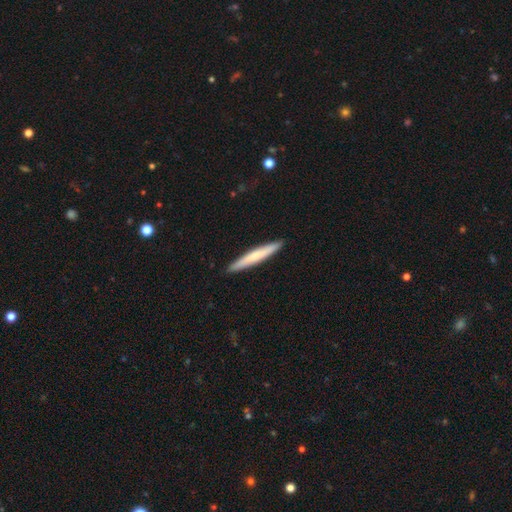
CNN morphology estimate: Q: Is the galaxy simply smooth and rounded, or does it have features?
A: smooth — 61%.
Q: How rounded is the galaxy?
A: cigar-shaped — 95%.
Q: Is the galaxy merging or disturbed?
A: none — 92%.